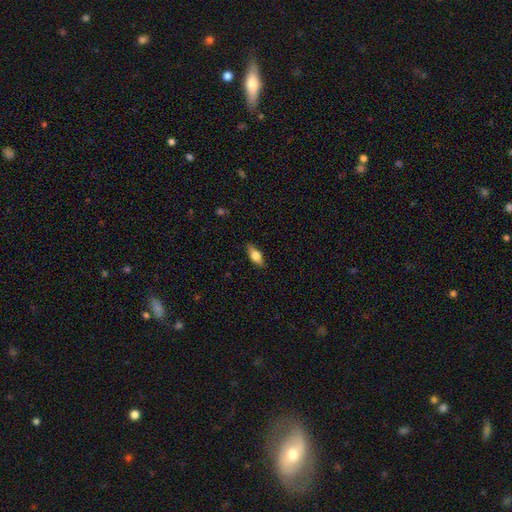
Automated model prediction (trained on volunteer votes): The model was most divided on "smooth or featured": smooth: 59%, featured or disk: 34%, star or artifact: 7%. More confident: merging — none (85%); how rounded — in between (69%).